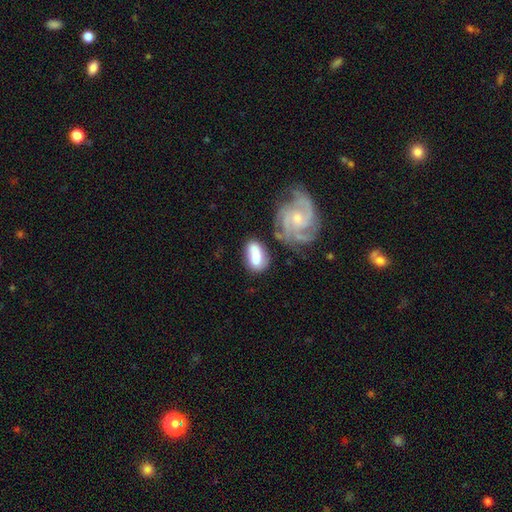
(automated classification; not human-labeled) Smooth or featured: smooth — 68% (featured or disk — 24%)
How rounded: in between — 83% (round — 10%)
Merging: none — 44% (minor disturbance — 23%)